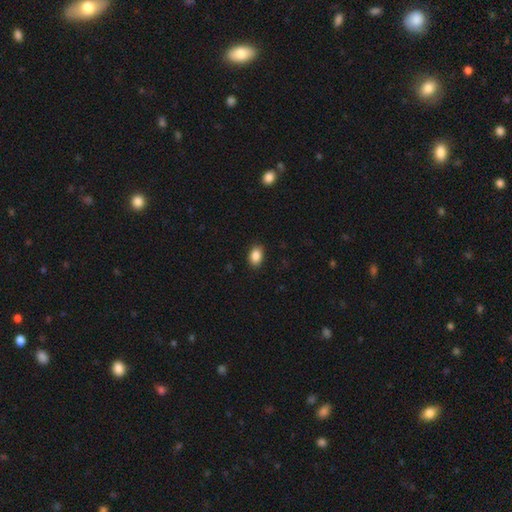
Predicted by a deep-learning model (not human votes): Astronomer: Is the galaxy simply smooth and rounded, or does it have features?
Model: smooth — 88%.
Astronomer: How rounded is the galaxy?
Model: in between — 86%.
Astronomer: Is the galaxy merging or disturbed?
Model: none — 88%.